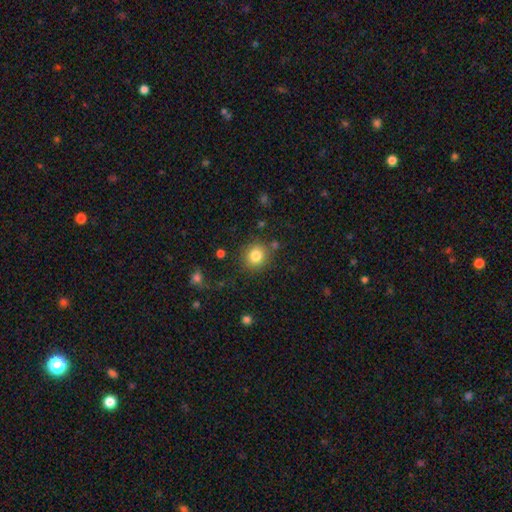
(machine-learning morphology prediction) Smooth or featured?
  - smooth: 81% *
  - star or artifact: 11%
  - featured or disk: 7%
How rounded?
  - round: 89% *
  - in between: 10%
  - cigar-shaped: 1%
Merging?
  - none: 83% *
  - minor disturbance: 10%
  - merger: 4%
  - major disturbance: 3%